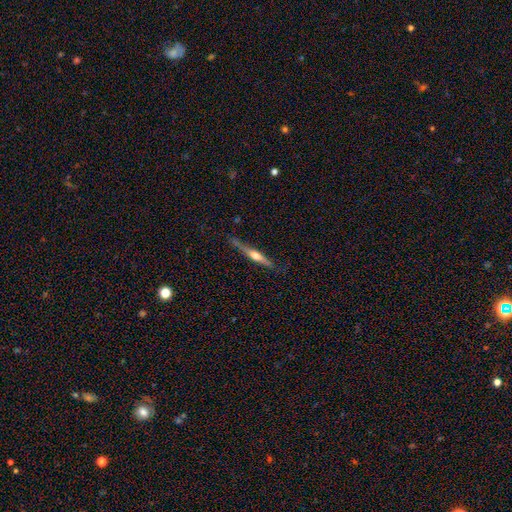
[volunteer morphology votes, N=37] Volunteers were most divided on "smooth or featured": featured or disk: 68%, smooth: 27%, star or artifact: 5%. More confident: edge-on disk — yes (96%); edge-on bulge — rounded (88%); merging — none (69%).